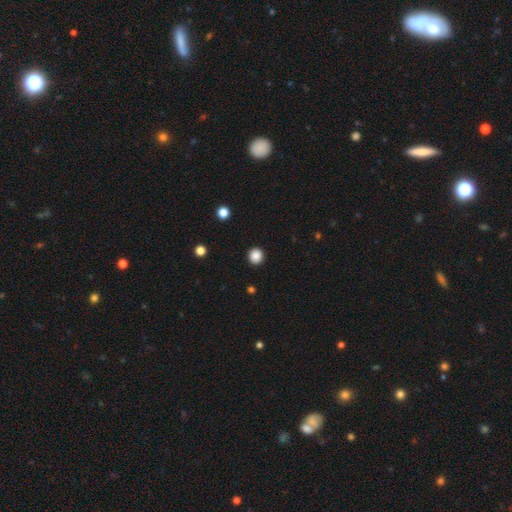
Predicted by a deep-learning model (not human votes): Smooth or featured? Predicted: smooth (p=0.87). How rounded? Predicted: round (p=0.91). Merging? Predicted: none (p=0.92).